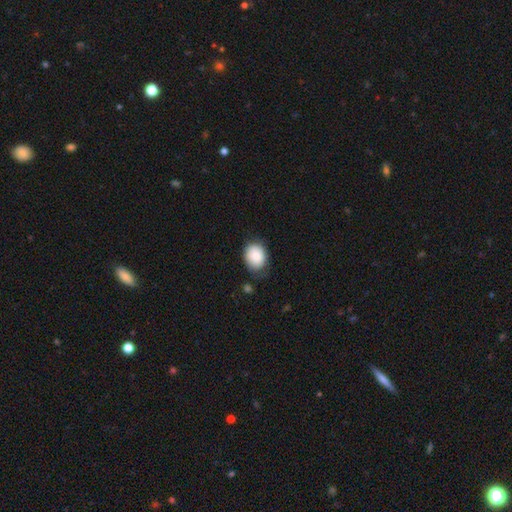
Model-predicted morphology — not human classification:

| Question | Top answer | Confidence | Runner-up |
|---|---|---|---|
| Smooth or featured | smooth | 85% | featured or disk (8%) |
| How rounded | in between | 57% | round (42%) |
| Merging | none | 66% | minor disturbance (26%) |